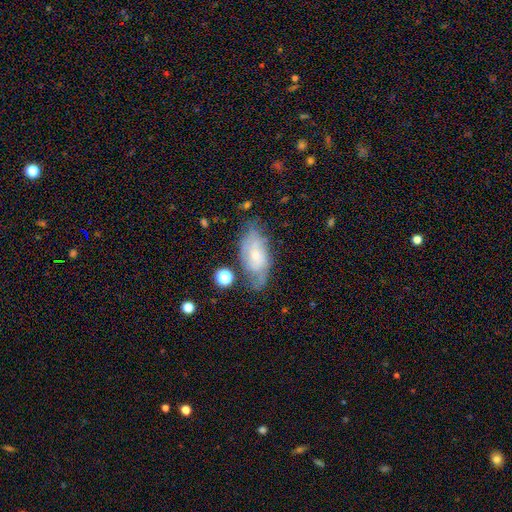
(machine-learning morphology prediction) This appears to be a featured or disk galaxy (49%). Merging: none (54%).